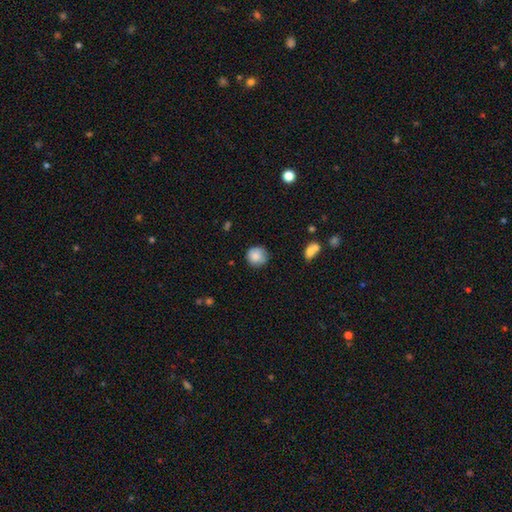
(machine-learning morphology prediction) smooth-or-featured: smooth: 84% | star or artifact: 8% | featured or disk: 8%
  how-rounded: round: 91% | in between: 8% | cigar-shaped: 1%
  merging: none: 77% | minor disturbance: 17% | major disturbance: 3% | merger: 2%